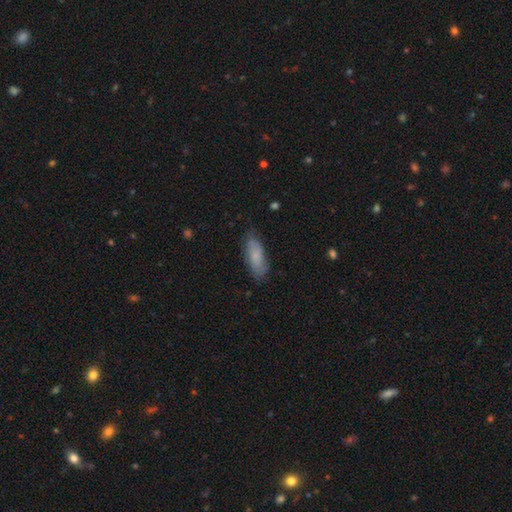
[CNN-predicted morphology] smooth-or-featured: smooth: 72% | featured or disk: 21% | star or artifact: 7%
  how-rounded: in between: 68% | cigar-shaped: 30% | round: 2%
  merging: none: 77% | minor disturbance: 18% | major disturbance: 4% | merger: 1%